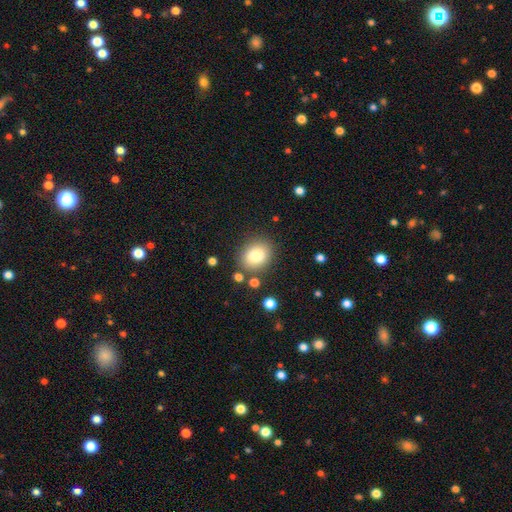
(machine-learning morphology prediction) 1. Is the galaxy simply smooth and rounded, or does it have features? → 82% smooth, 10% star or artifact, 9% featured or disk.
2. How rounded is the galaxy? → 55% round, 44% in between, 1% cigar-shaped.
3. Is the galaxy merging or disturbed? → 81% none, 11% minor disturbance, 4% merger, 4% major disturbance.